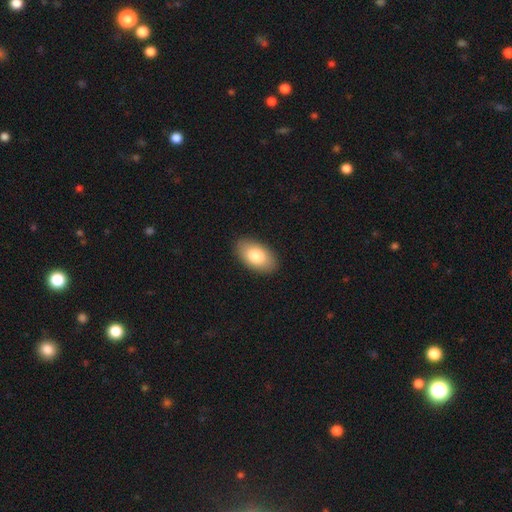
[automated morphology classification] smooth_or_featured: smooth (p=0.81) [alt: featured or disk p=0.13]
how_rounded: in between (p=0.94) [alt: round p=0.04]
merging: none (p=0.89) [alt: minor disturbance p=0.08]